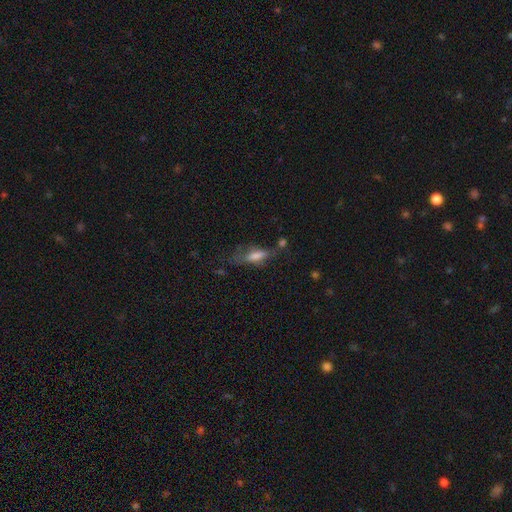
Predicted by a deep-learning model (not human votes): This appears to be a smooth galaxy with no disk features (55%) that is cigar-shaped (51%). Merging: none (45%).